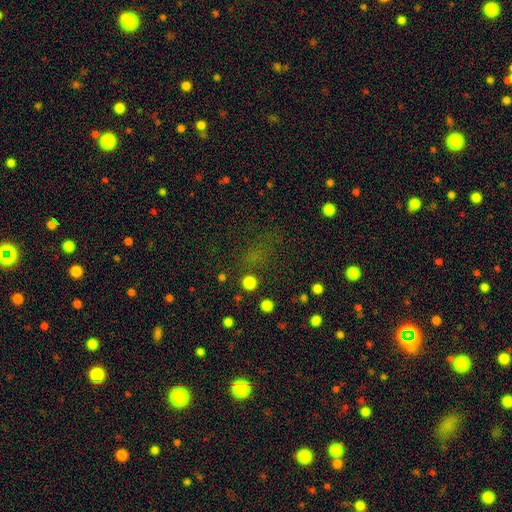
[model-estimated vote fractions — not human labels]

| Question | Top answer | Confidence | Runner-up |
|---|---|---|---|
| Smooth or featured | star or artifact | 52% | smooth (37%) |